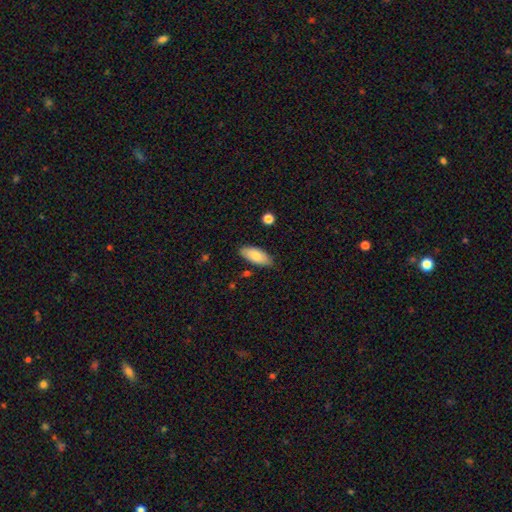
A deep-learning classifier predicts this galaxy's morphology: This appears to be a smooth galaxy with no disk features (80%) that is in between round and cigar-shaped (88%). Merging: none (82%).